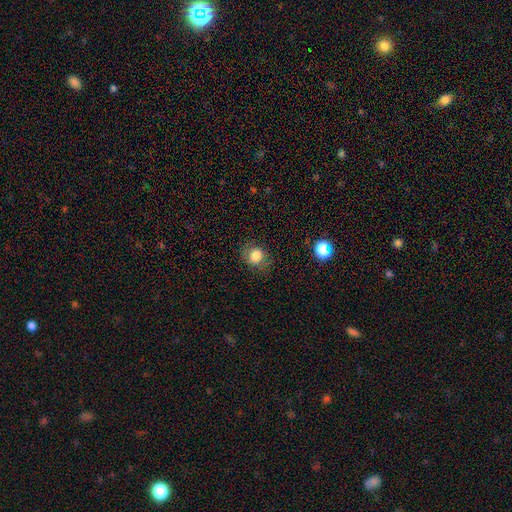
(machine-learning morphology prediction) Overall: smooth (80%). How rounded: round (72%). Merging: none (77%).